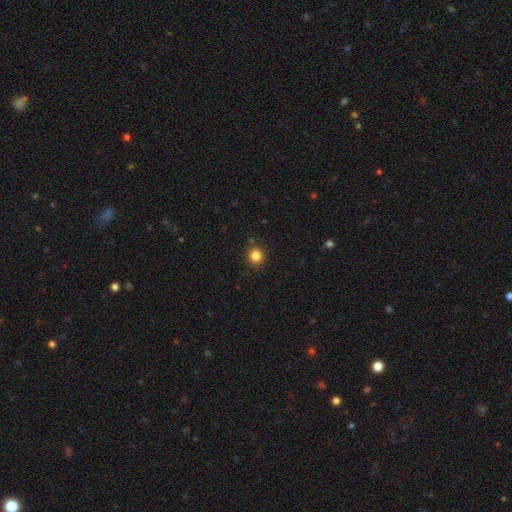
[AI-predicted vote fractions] This is clearly a smooth galaxy (84%). How rounded: clearly round (94%). Merging: clearly none (90%).